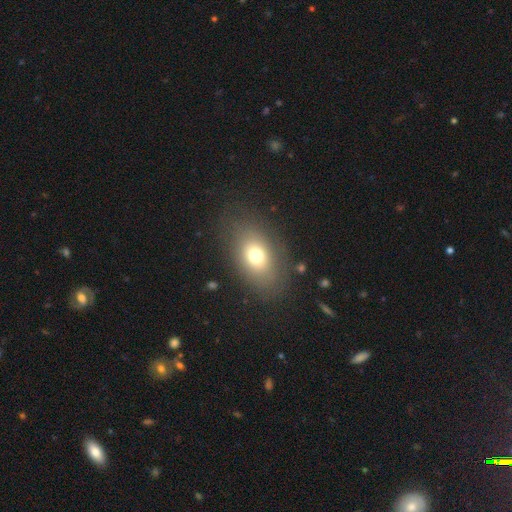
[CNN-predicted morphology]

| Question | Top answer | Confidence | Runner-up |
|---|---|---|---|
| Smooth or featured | smooth | 70% | featured or disk (18%) |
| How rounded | in between | 79% | round (19%) |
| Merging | none | 79% | minor disturbance (12%) |